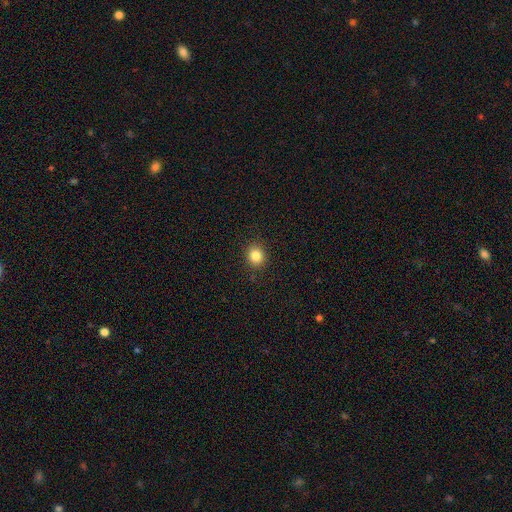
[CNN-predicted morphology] The model was most divided on "how rounded": round: 76%, in between: 23%, cigar-shaped: 1%. More confident: merging — none (90%); smooth or featured — smooth (84%).